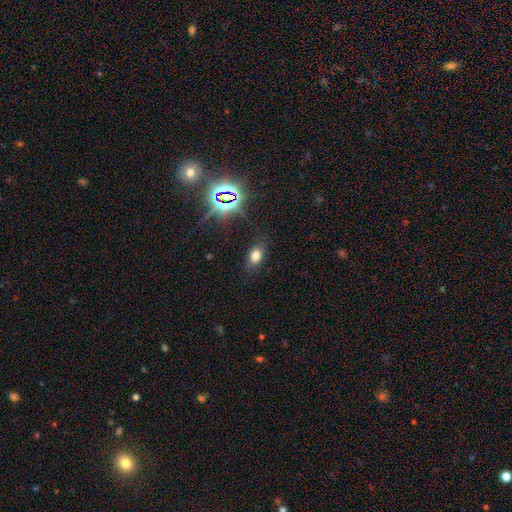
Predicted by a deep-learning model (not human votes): Smooth or featured? smooth (70%)
How rounded? in between (79%)
Merging? none (81%)